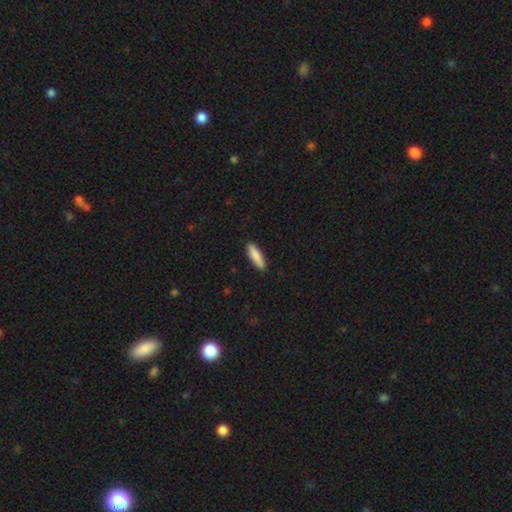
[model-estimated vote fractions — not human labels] Smooth or featured?
  - smooth: 84% *
  - featured or disk: 10%
  - star or artifact: 6%
How rounded?
  - cigar-shaped: 68% *
  - in between: 31%
  - round: 2%
Merging?
  - none: 90% *
  - minor disturbance: 8%
  - major disturbance: 2%
  - merger: 1%